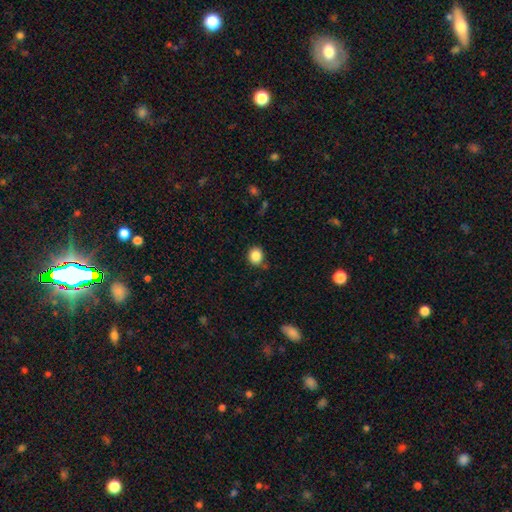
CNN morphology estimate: This is clearly a smooth galaxy (86%). How rounded: likely round (74%). Merging: clearly none (82%).